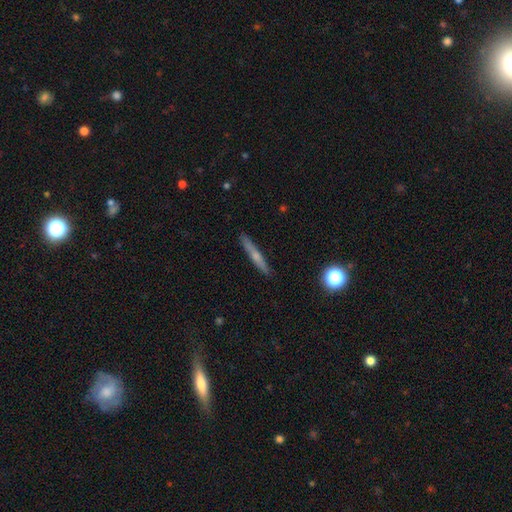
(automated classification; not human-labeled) Overall: smooth (48%; featured or disk 45%). Merging: none (90%).